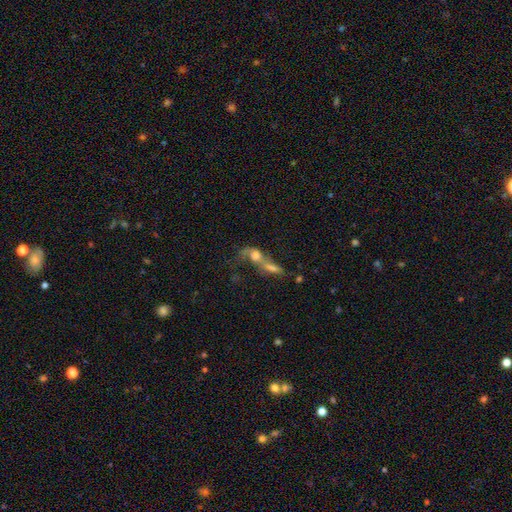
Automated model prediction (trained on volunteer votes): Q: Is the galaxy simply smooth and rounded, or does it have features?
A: smooth — 43%.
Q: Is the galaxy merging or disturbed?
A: merger — 66%.